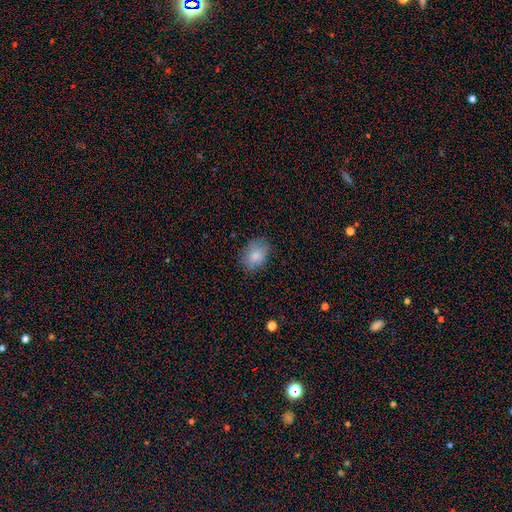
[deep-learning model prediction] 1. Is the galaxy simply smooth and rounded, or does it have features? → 84% smooth, 8% star or artifact, 8% featured or disk.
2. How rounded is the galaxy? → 74% in between, 25% round, 1% cigar-shaped.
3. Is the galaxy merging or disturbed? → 81% none, 14% minor disturbance, 3% major disturbance, 1% merger.